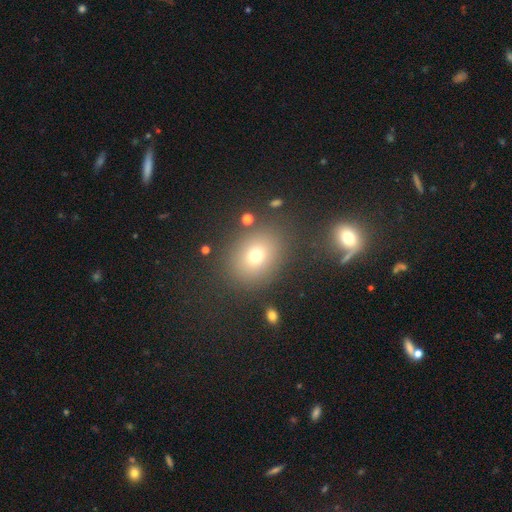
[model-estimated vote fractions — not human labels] Overall: smooth (71%). How rounded: round (57%; in between 42%). Merging: none (82%).